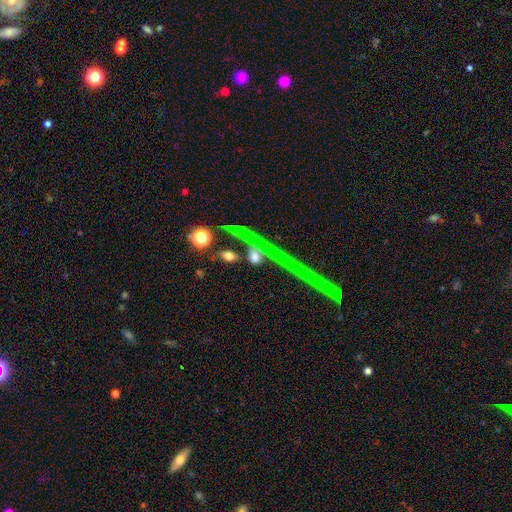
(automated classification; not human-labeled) Q: Smooth or featured?
A: star or artifact (48%); runner-up: smooth (29%)